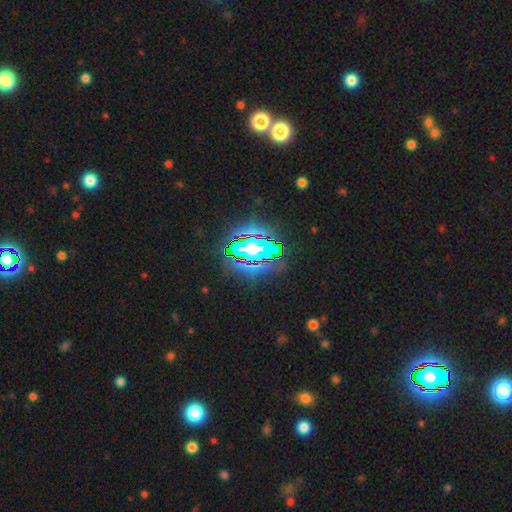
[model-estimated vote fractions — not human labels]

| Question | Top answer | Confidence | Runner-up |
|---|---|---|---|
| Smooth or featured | star or artifact | 84% | smooth (9%) |